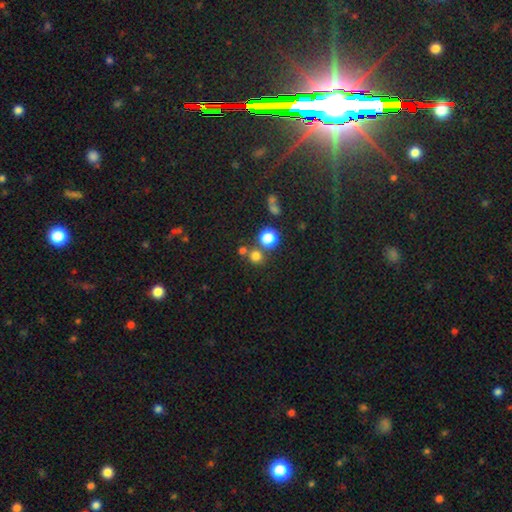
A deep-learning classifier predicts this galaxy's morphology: Smooth or featured? Predicted: smooth (p=0.75). How rounded? Predicted: round (p=0.90). Merging? Predicted: none (p=0.68).